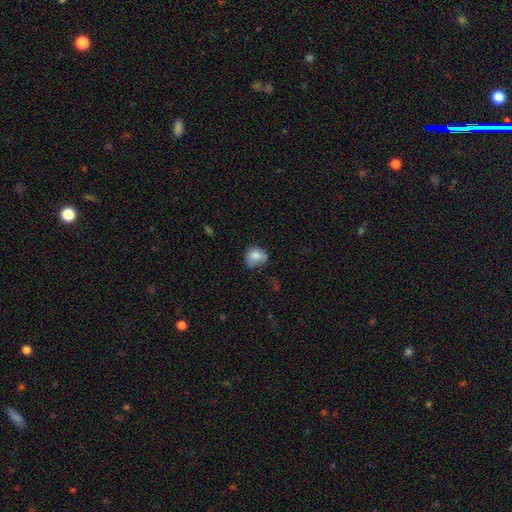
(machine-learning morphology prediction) A smooth galaxy with no disk features (78%) that is round (61%).

Vote fractions:
- Smooth or featured? smooth: 78% / featured or disk: 13% / star or artifact: 9%
- How rounded? round: 61% / in between: 38% / cigar-shaped: 1%
- Merging? none: 51% / minor disturbance: 33% / major disturbance: 12% / merger: 4%